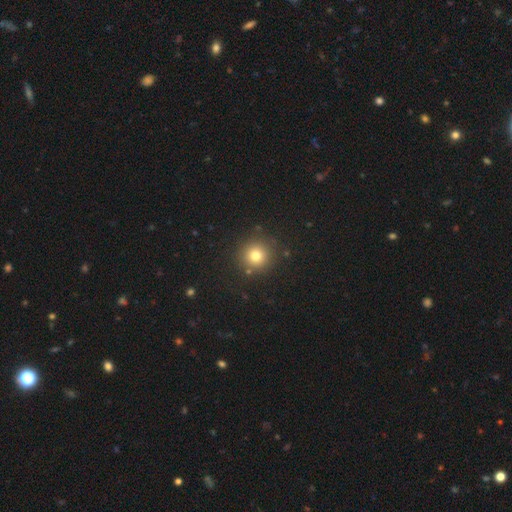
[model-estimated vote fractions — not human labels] This is likely a smooth galaxy (77%). How rounded: clearly round (94%). Merging: clearly none (88%).